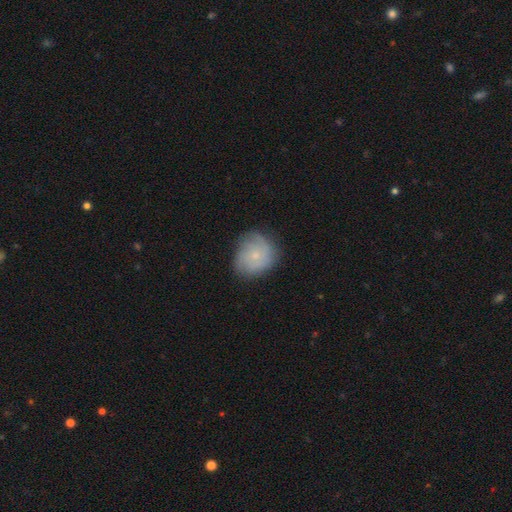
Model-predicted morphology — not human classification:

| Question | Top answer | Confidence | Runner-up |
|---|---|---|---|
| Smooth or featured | smooth | 49% | featured or disk (42%) |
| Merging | none | 67% | minor disturbance (24%) |